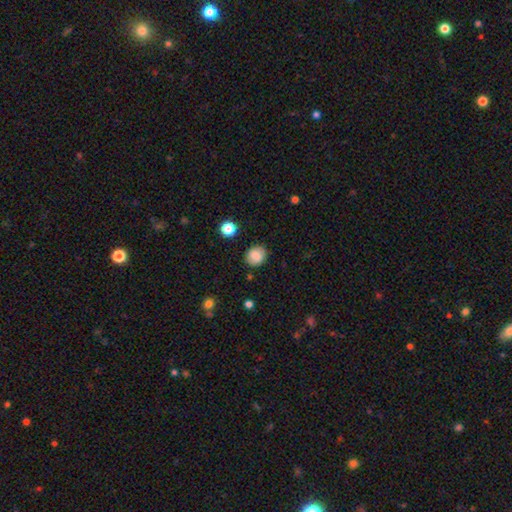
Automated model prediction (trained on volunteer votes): The model was most divided on "how rounded": round: 68%, in between: 31%, cigar-shaped: 1%. More confident: merging — none (84%); smooth or featured — smooth (84%).